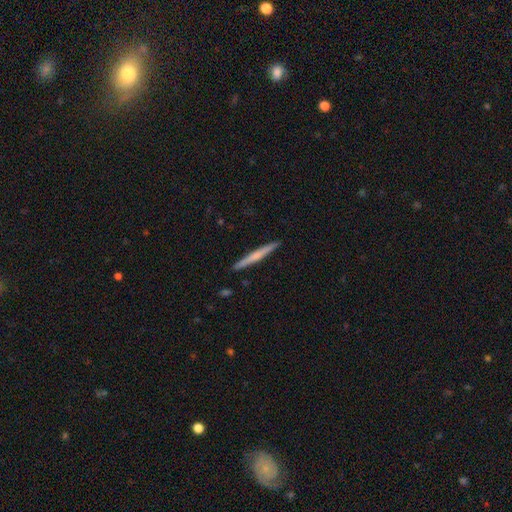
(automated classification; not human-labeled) A featured or disk galaxy (50%). Merging: none (92%).